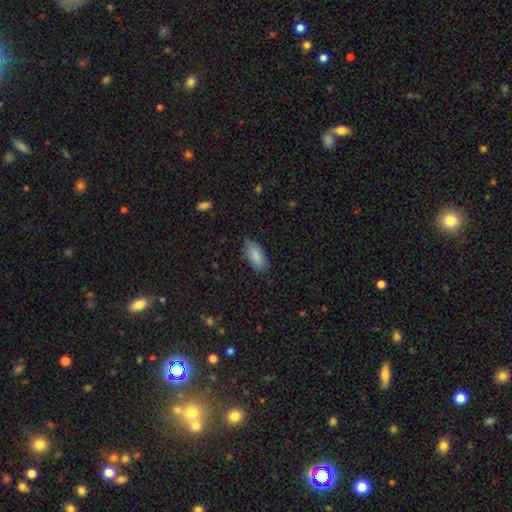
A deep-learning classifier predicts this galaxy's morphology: smooth-or-featured: smooth: 87% | featured or disk: 7% | star or artifact: 6%
  how-rounded: in between: 87% | cigar-shaped: 11% | round: 2%
  merging: none: 80% | minor disturbance: 16% | major disturbance: 3% | merger: 1%